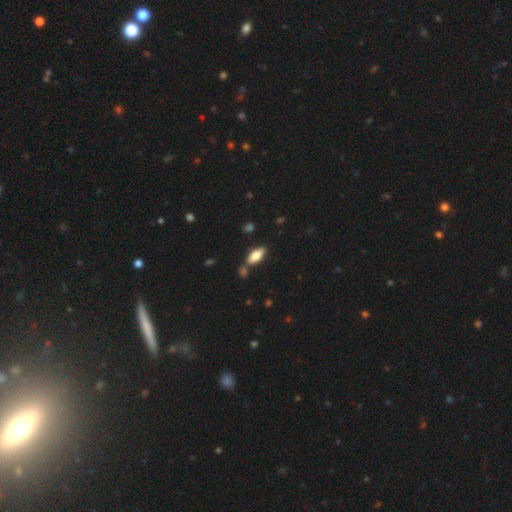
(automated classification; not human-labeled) Overall: smooth (74%). How rounded: in between (80%). Merging: none (73%).